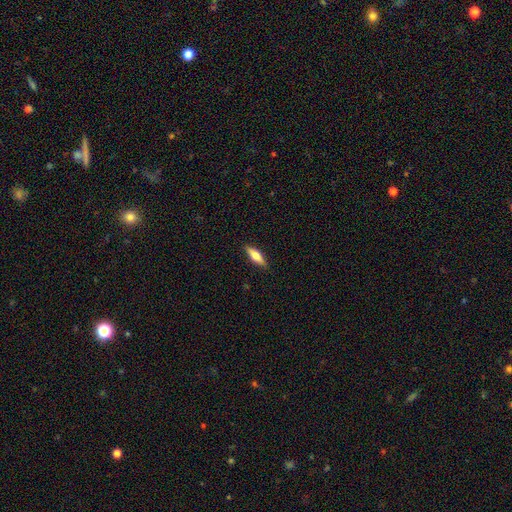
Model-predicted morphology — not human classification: Smooth or featured?
  - smooth: 57% *
  - featured or disk: 37%
  - star or artifact: 6%
How rounded?
  - cigar-shaped: 55% *
  - in between: 43%
  - round: 2%
Merging?
  - none: 89% *
  - minor disturbance: 8%
  - major disturbance: 2%
  - merger: 1%